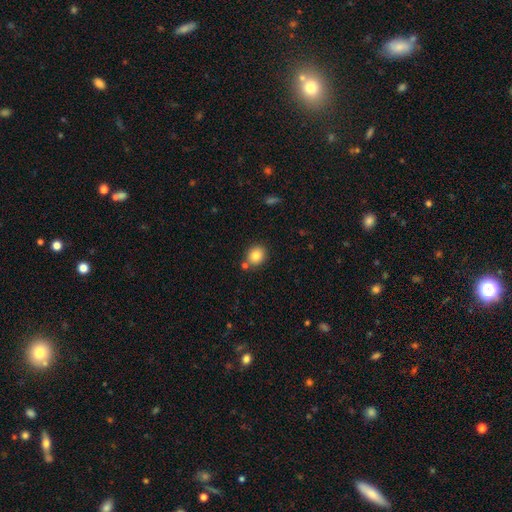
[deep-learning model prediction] This is clearly a smooth galaxy (83%). How rounded: likely round (71%). Merging: likely none (76%).